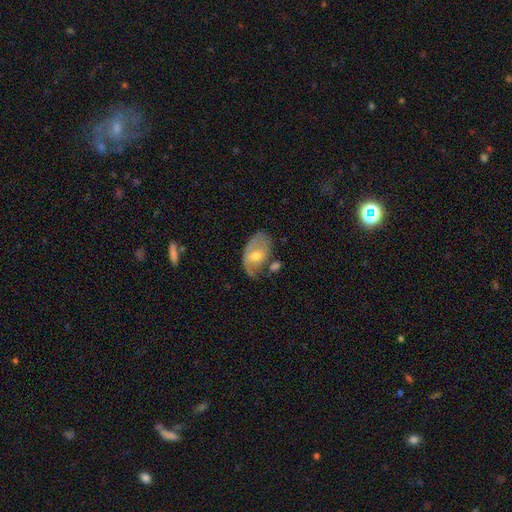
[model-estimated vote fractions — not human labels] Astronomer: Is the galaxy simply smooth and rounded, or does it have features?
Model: featured or disk — 57% (runner-up: smooth, 36%).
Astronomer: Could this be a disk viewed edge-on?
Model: no — 93%.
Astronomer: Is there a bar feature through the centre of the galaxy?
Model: no — 63%.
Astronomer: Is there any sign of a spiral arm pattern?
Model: yes — 60% (runner-up: no, 40%).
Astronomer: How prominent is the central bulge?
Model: moderate — 60%.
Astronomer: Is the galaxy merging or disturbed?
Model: none — 37% (runner-up: minor disturbance, 30%).